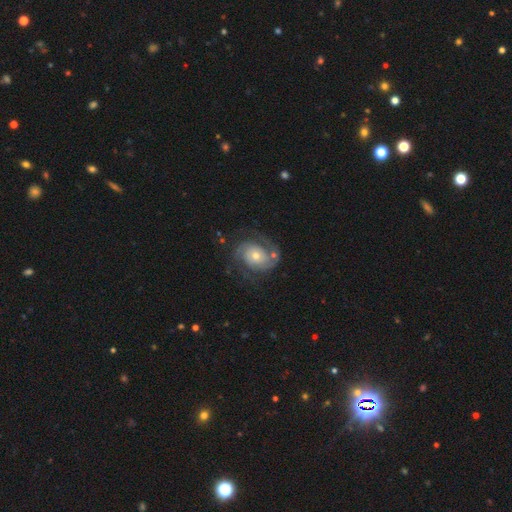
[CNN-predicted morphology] Smooth or featured? Predicted: featured or disk (p=0.85). Edge-on disk? Predicted: no (p=0.98). Bar? Predicted: no (p=0.74). Spiral arms? Predicted: yes (p=0.96). Spiral winding? Predicted: tight (p=0.44). Spiral arm count? Predicted: 2 (p=0.81). Bulge size? Predicted: small (p=0.47). Merging? Predicted: none (p=0.72).